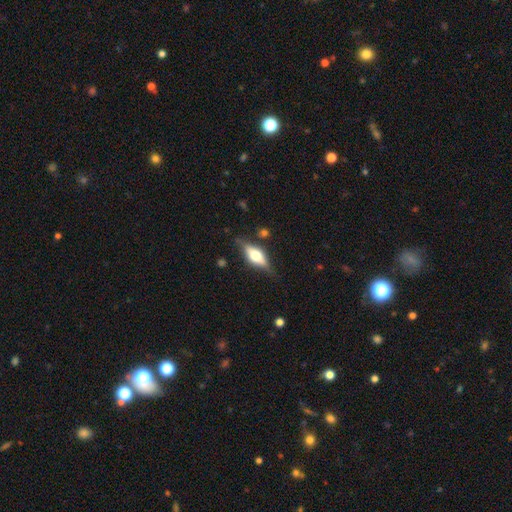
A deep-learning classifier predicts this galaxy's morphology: Q: Smooth or featured?
A: featured or disk (50%); runner-up: smooth (42%)
Q: Edge-on disk?
A: yes (89%); runner-up: no (11%)
Q: Merging?
A: none (75%); runner-up: minor disturbance (17%)